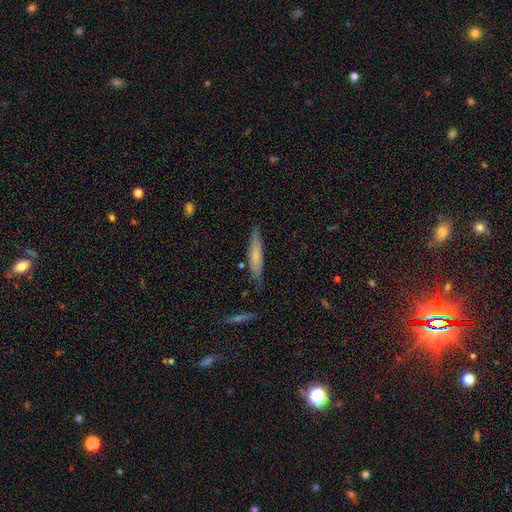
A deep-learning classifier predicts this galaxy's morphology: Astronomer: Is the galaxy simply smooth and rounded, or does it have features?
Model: smooth — 66%.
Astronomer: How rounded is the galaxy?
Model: cigar-shaped — 87%.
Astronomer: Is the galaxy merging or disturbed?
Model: none — 79%.